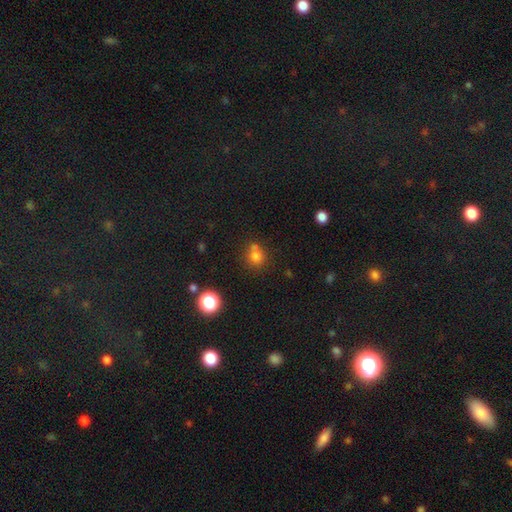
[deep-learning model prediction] smooth 74%, star or artifact 17%, featured or disk 9%. Down the decision tree: how rounded — round (81%); merging — none (53%).